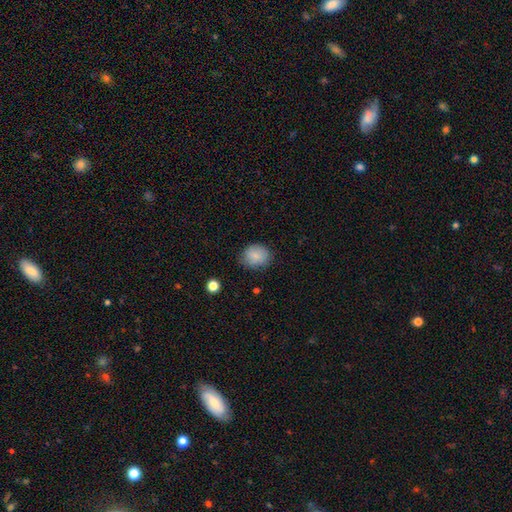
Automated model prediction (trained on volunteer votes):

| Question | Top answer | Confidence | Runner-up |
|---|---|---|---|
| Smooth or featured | smooth | 83% | featured or disk (9%) |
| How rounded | round | 60% | in between (39%) |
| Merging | none | 76% | minor disturbance (19%) |